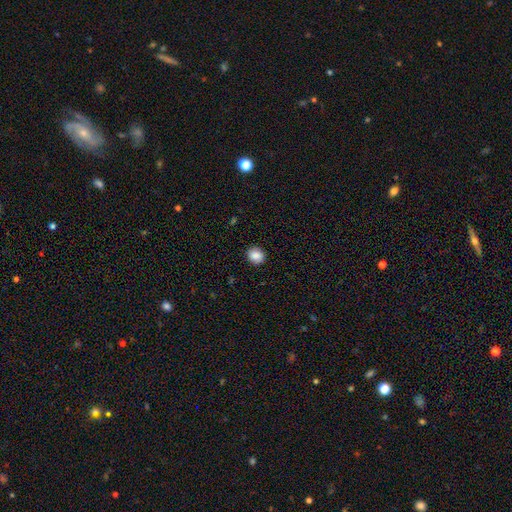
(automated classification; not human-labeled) This is clearly a smooth galaxy (87%). How rounded: likely round (79%). Merging: clearly none (90%).